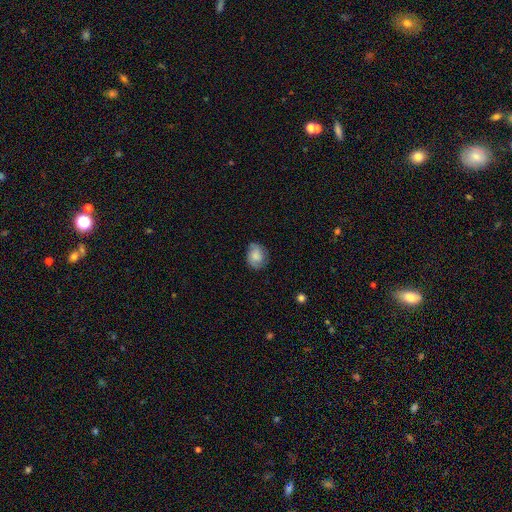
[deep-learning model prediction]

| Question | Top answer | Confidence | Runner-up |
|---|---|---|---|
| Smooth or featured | smooth | 65% | featured or disk (27%) |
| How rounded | in between | 58% | round (41%) |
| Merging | none | 72% | minor disturbance (21%) |